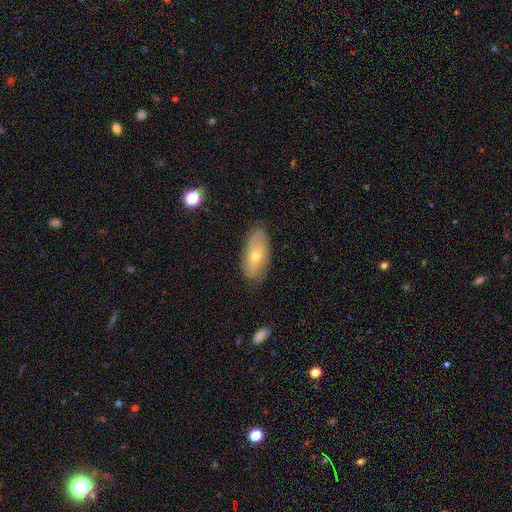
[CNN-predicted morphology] Smooth or featured? smooth (49%)
Merging? none (77%)